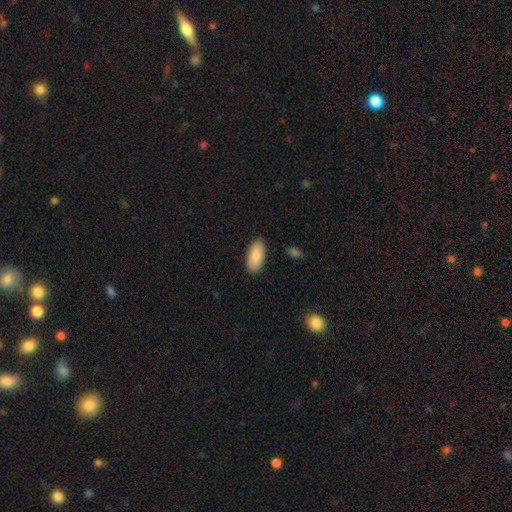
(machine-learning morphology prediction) Q: Smooth or featured?
A: smooth (89%); runner-up: star or artifact (6%)
Q: How rounded?
A: in between (92%); runner-up: cigar-shaped (7%)
Q: Merging?
A: none (88%); runner-up: minor disturbance (9%)